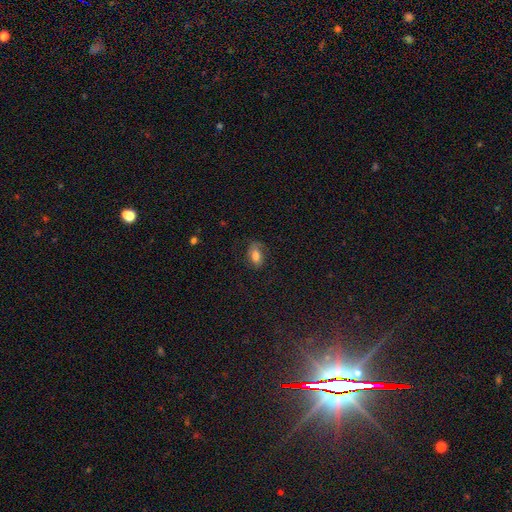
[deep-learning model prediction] The model was most divided on "merging": none: 65%, minor disturbance: 22%, major disturbance: 11%, merger: 2%. More confident: how rounded — in between (84%); smooth or featured — smooth (72%).